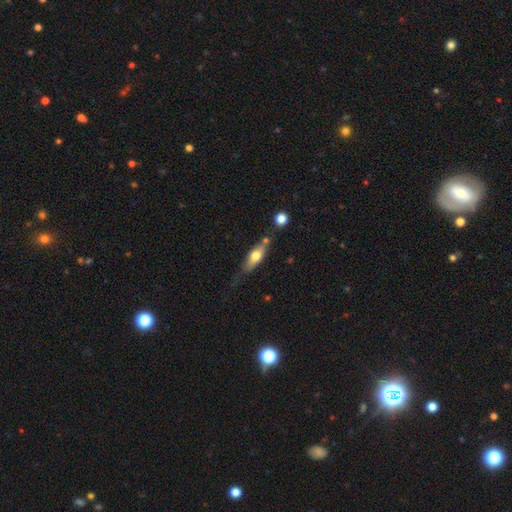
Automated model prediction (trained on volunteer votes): The model was most divided on "how rounded": cigar-shaped: 50%, in between: 46%, round: 4%. More confident: merging — none (54%); smooth or featured — smooth (53%).